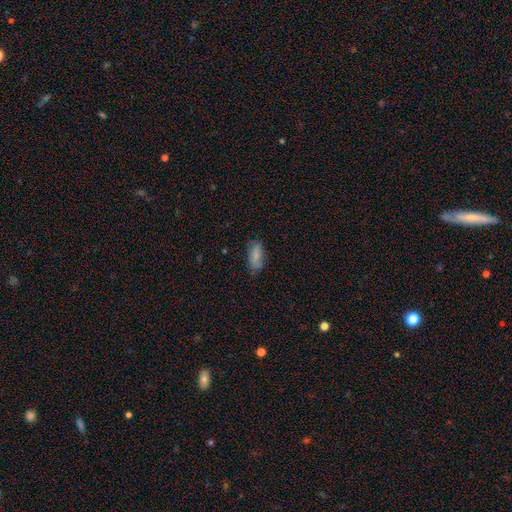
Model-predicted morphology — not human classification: Overall: smooth (82%). How rounded: in between (85%). Merging: none (73%).